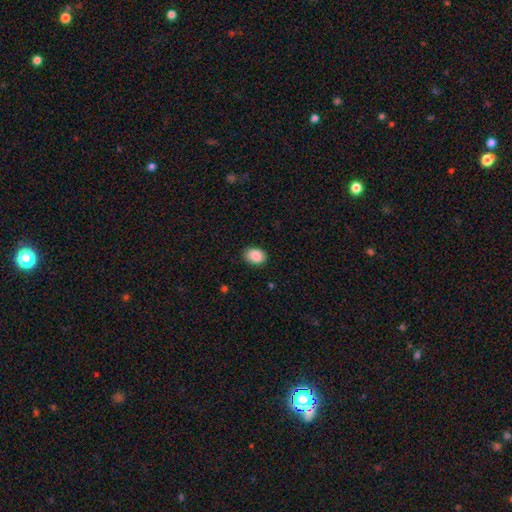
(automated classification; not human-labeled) smooth-or-featured: smooth: 89% | star or artifact: 7% | featured or disk: 4%
  how-rounded: in between: 76% | round: 23% | cigar-shaped: 1%
  merging: none: 85% | minor disturbance: 11% | major disturbance: 2% | merger: 1%